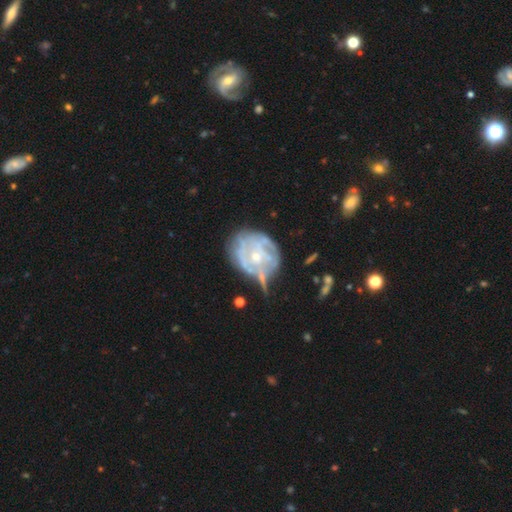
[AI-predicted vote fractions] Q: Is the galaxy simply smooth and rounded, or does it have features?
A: featured or disk — 75%.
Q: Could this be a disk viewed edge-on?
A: no — 97%.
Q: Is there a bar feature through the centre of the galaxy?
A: no — 77%.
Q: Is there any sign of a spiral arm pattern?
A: yes — 61%.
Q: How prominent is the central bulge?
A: small — 62%.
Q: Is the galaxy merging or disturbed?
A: none — 41%.